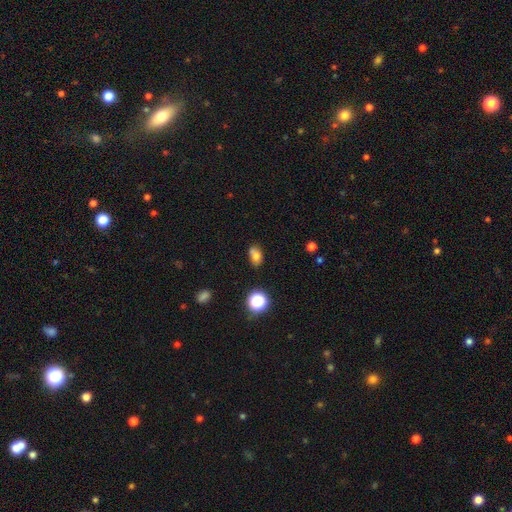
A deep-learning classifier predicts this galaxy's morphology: Q: Smooth or featured?
A: smooth (74%); runner-up: star or artifact (14%)
Q: How rounded?
A: in between (77%); runner-up: round (21%)
Q: Merging?
A: none (59%); runner-up: merger (18%)